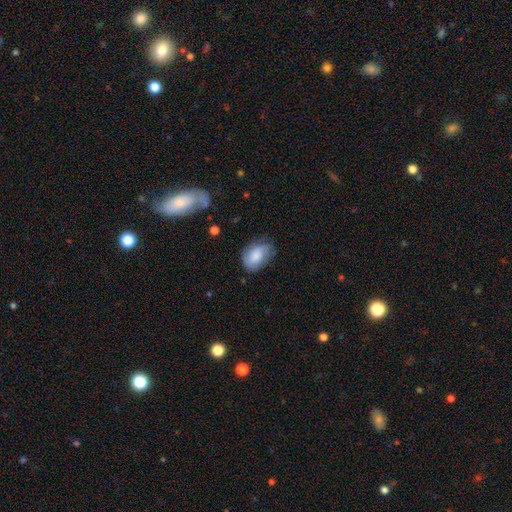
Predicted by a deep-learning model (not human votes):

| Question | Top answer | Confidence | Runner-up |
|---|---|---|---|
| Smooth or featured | smooth | 76% | featured or disk (18%) |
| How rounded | in between | 84% | round (15%) |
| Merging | none | 62% | minor disturbance (28%) |